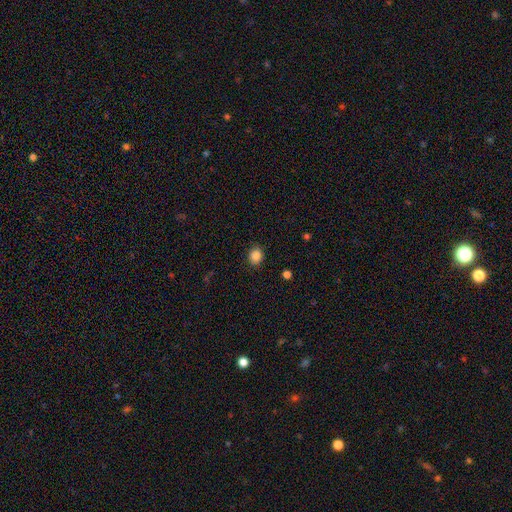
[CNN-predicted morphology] smooth 86%, star or artifact 10%, featured or disk 4%. Down the decision tree: how rounded — round (64%); merging — none (88%).